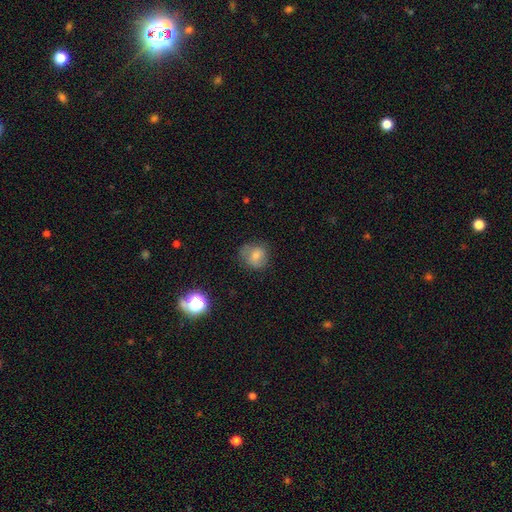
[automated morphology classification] Q: Smooth or featured?
A: smooth (71%); runner-up: featured or disk (17%)
Q: How rounded?
A: round (71%); runner-up: in between (28%)
Q: Merging?
A: none (66%); runner-up: minor disturbance (23%)